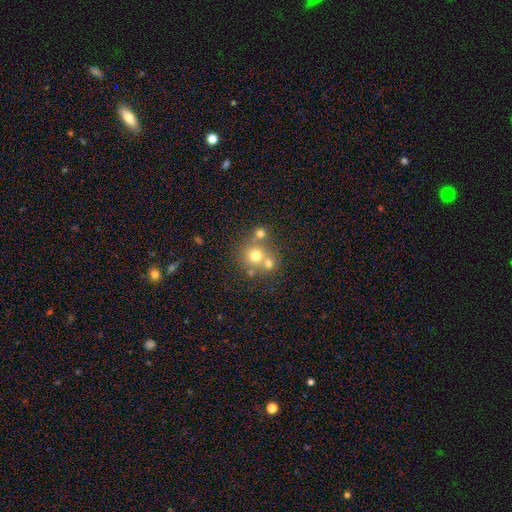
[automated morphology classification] This is likely a smooth galaxy (68%). How rounded: clearly round (88%). Merging: possibly none (52%).